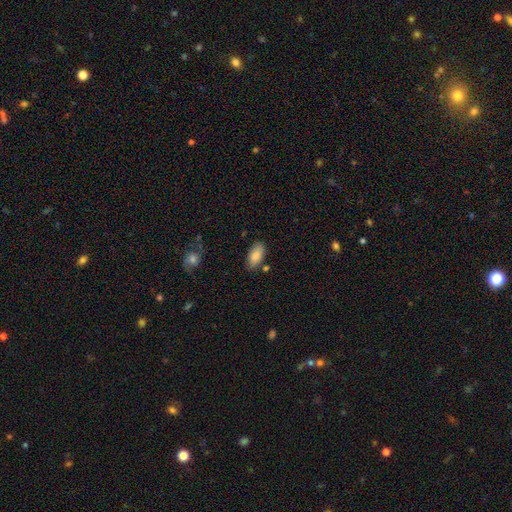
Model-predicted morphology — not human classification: Smooth or featured? smooth (86%)
How rounded? in between (92%)
Merging? none (77%)